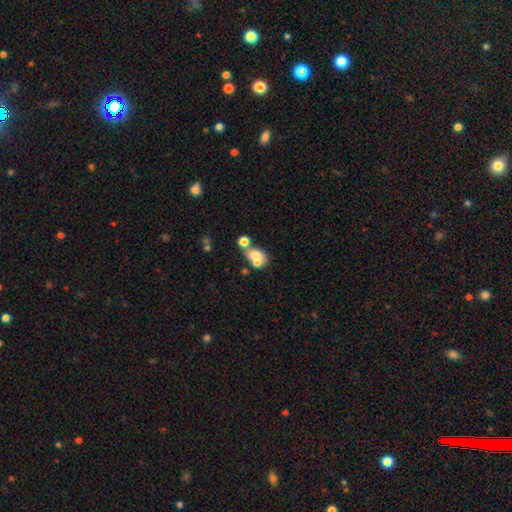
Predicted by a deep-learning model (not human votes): Smooth or featured? Predicted: smooth (p=0.60). How rounded? Predicted: in between (p=0.70). Merging? Predicted: merger (p=0.51).